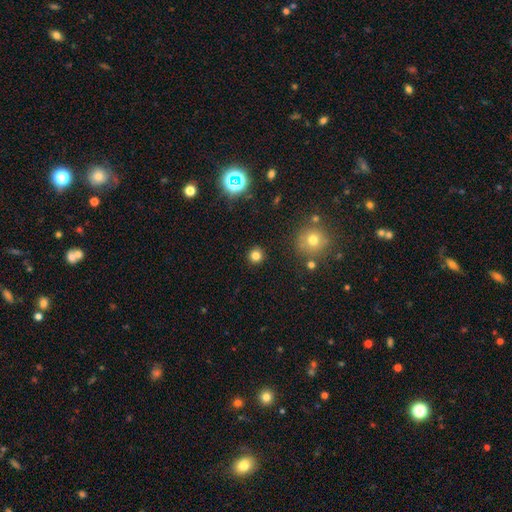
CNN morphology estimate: smooth 79%, star or artifact 16%, featured or disk 5%. Down the decision tree: how rounded — round (93%); merging — none (90%).